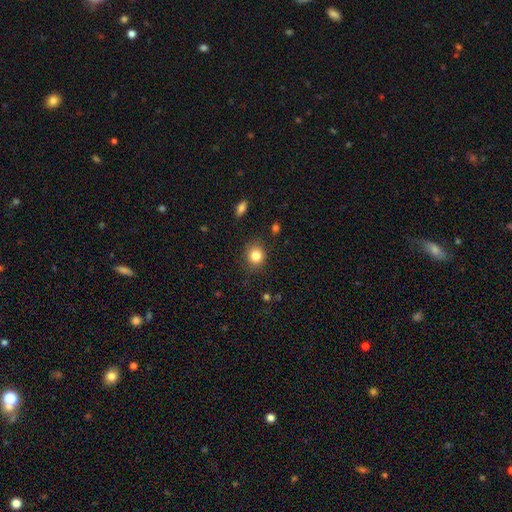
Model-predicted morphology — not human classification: smooth-or-featured: smooth: 83% | star or artifact: 11% | featured or disk: 6%
  how-rounded: round: 78% | in between: 21% | cigar-shaped: 1%
  merging: none: 84% | minor disturbance: 12% | major disturbance: 3% | merger: 1%